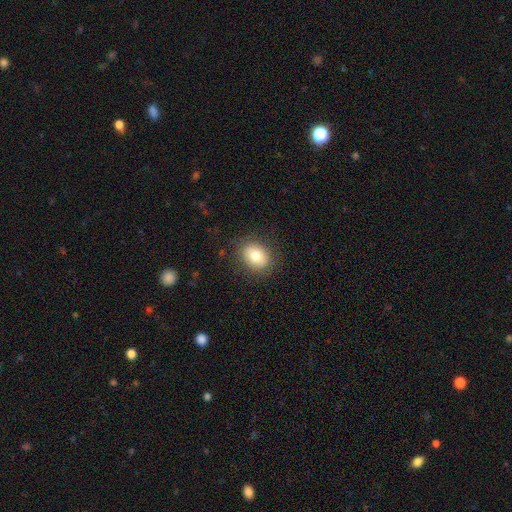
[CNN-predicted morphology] smooth 78%, featured or disk 13%, star or artifact 9%. Down the decision tree: how rounded — in between (57%); merging — none (85%).